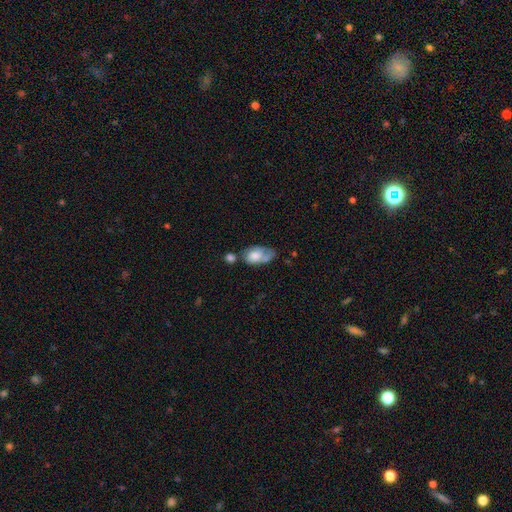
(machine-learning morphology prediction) smooth-or-featured: smooth: 65% | featured or disk: 27% | star or artifact: 8%
  how-rounded: in between: 89% | round: 9% | cigar-shaped: 3%
  merging: merger: 29% | none: 27% | minor disturbance: 26% | major disturbance: 18%